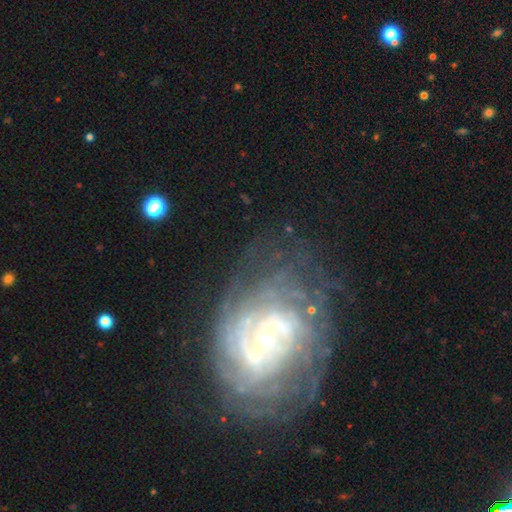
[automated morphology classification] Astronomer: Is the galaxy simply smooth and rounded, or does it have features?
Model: featured or disk — 82%.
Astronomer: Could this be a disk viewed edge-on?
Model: no — 96%.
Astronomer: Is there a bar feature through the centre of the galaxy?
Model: weak — 41% (runner-up: strong, 37%).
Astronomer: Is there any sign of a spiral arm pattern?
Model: yes — 89%.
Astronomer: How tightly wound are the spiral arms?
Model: tight — 65%.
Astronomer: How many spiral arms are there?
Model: can't tell — 45%.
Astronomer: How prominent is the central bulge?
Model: small — 71%.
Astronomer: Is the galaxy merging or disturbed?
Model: none — 68%.